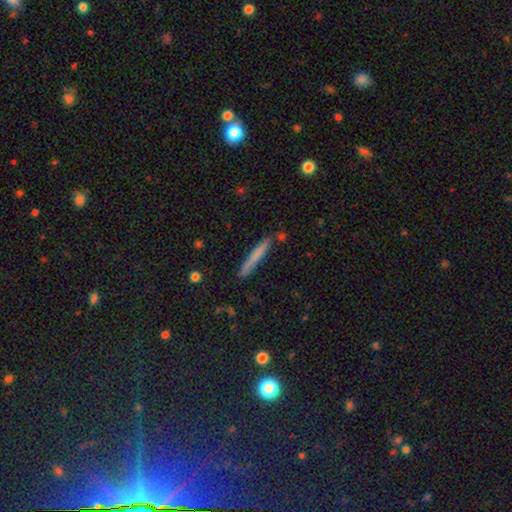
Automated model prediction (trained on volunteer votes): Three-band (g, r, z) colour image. It shows a smooth galaxy with no disk features (70%) that is cigar-shaped (96%). Merging: none (86%).